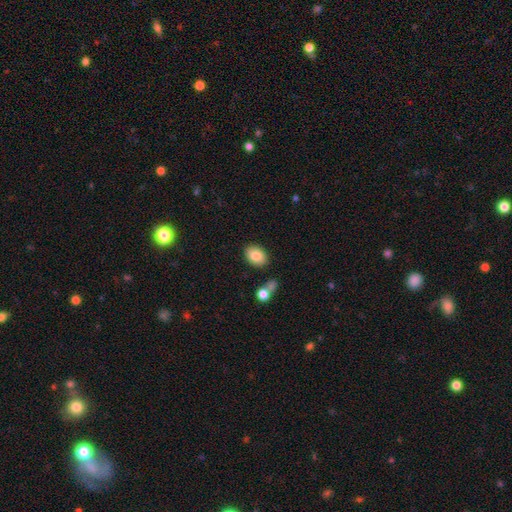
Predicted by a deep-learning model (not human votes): Smooth or featured? smooth (84%)
How rounded? in between (76%)
Merging? none (82%)